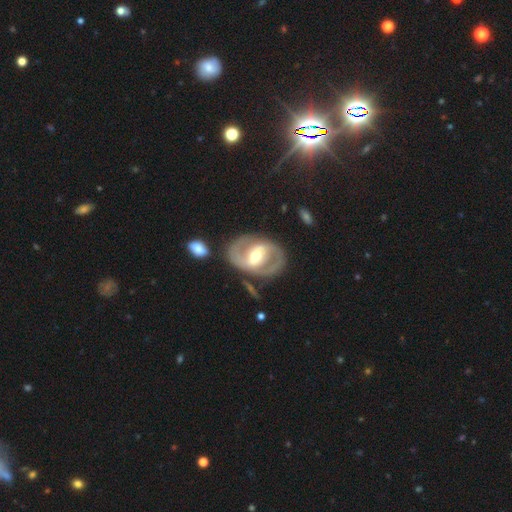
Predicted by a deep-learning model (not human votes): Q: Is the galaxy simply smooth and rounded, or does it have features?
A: featured or disk — 83%.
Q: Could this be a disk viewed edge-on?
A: no — 96%.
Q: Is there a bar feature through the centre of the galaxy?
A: strong — 54%.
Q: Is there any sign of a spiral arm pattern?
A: yes — 84%.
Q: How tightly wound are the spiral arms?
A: medium — 50%.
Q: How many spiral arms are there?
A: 2 — 88%.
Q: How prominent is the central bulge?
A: moderate — 64%.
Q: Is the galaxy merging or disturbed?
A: none — 78%.